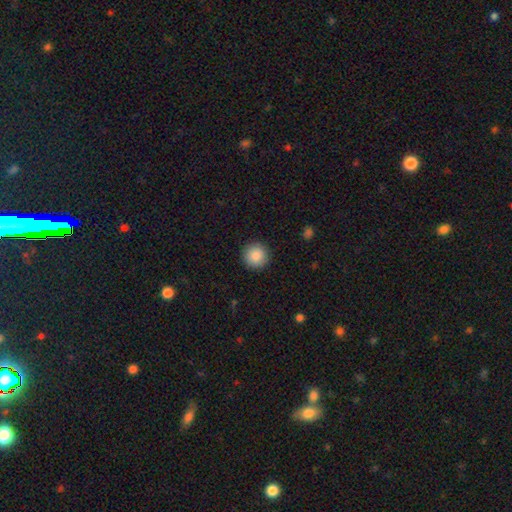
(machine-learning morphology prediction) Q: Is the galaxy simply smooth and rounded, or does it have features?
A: smooth — 87%.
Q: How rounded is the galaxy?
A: round — 96%.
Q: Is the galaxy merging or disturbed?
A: none — 92%.